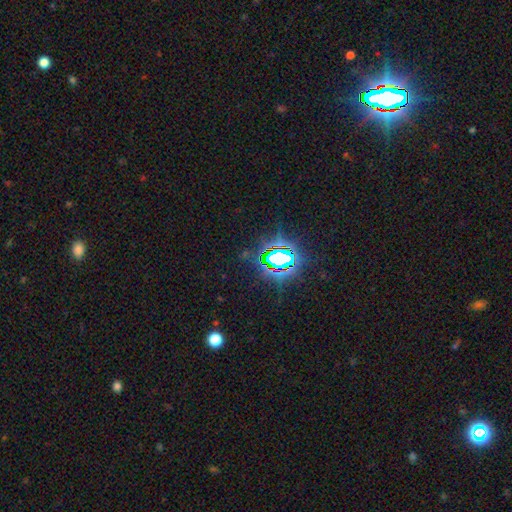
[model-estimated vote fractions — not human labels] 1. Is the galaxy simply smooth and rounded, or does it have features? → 81% star or artifact, 12% smooth, 7% featured or disk.